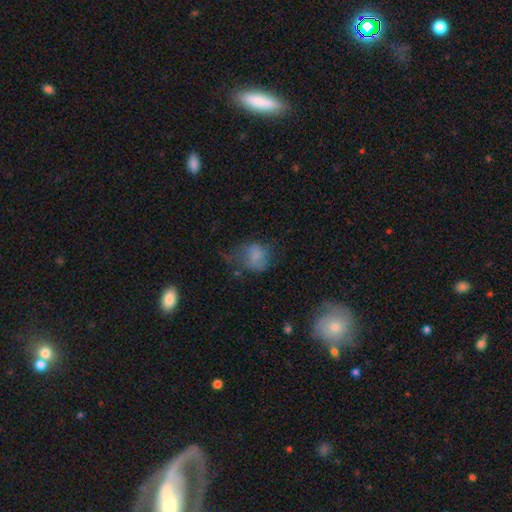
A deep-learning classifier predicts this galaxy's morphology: This appears to be a smooth galaxy with no disk features (65%) that is round (54%). Merging: major disturbance (36%).